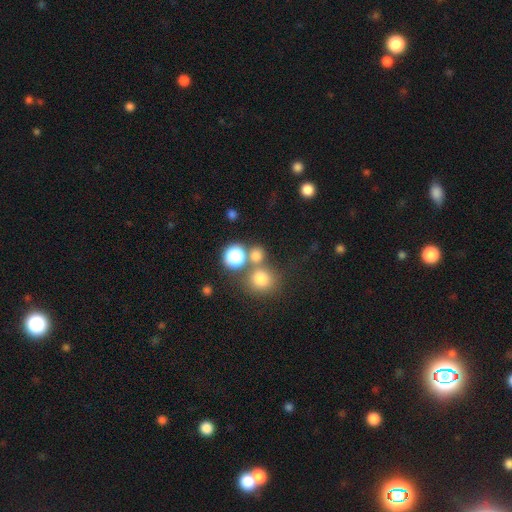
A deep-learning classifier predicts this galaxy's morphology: type=smooth (73%); roundness=round (84%); merging=none (63%).